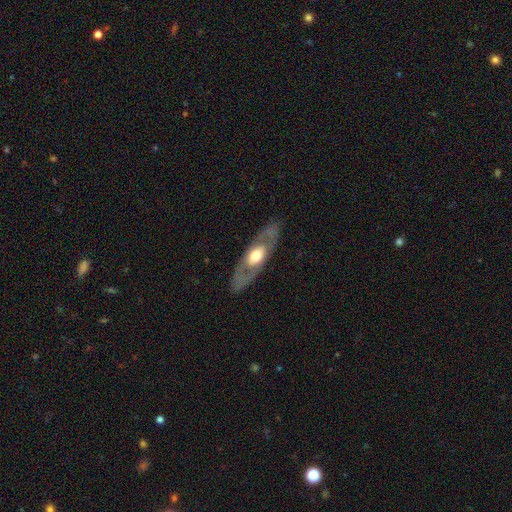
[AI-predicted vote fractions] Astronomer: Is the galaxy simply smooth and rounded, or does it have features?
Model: featured or disk — 62%.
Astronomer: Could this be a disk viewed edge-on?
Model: no — 72%.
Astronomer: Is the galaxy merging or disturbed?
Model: none — 84%.